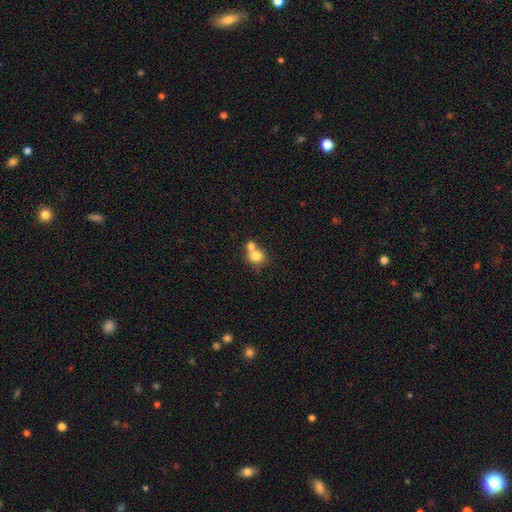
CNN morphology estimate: Smooth or featured?
  - smooth: 77% *
  - featured or disk: 13%
  - star or artifact: 10%
How rounded?
  - round: 77% *
  - in between: 22%
  - cigar-shaped: 1%
Merging?
  - merger: 55% *
  - none: 35%
  - minor disturbance: 7%
  - major disturbance: 3%